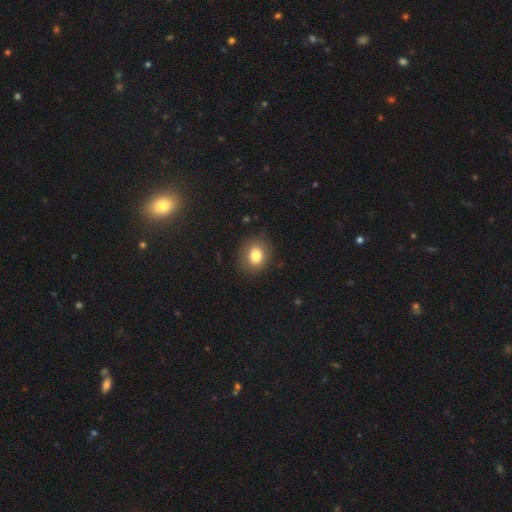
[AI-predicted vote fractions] smooth_or_featured: smooth (p=0.80) [alt: featured or disk p=0.10]
how_rounded: round (p=0.58) [alt: in between p=0.41]
merging: none (p=0.84) [alt: minor disturbance p=0.11]